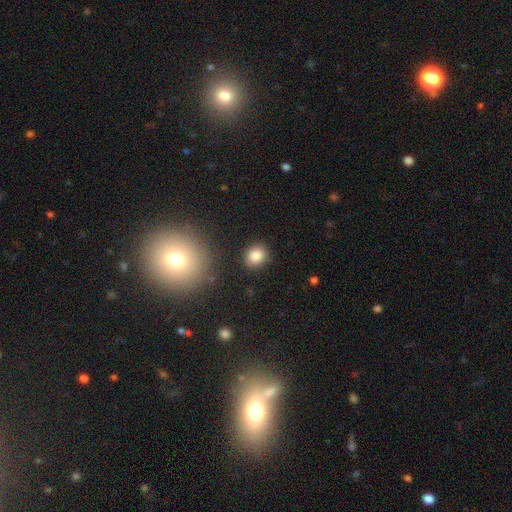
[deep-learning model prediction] Q: Smooth or featured?
A: smooth (85%); runner-up: star or artifact (10%)
Q: How rounded?
A: round (64%); runner-up: in between (35%)
Q: Merging?
A: none (87%); runner-up: minor disturbance (8%)